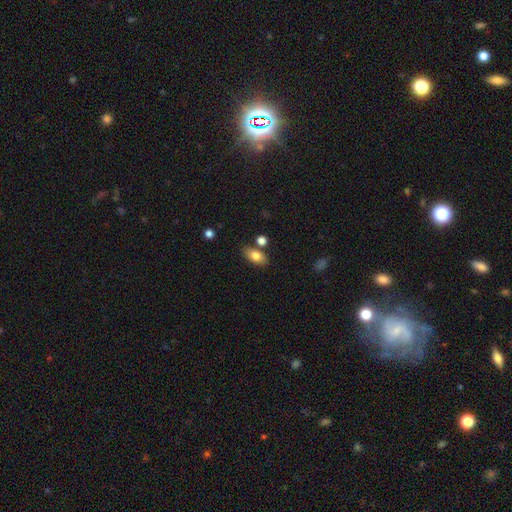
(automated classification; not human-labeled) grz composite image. It shows a smooth galaxy with no disk features (80%) that is in between round and cigar-shaped (90%). Merging: none (76%).